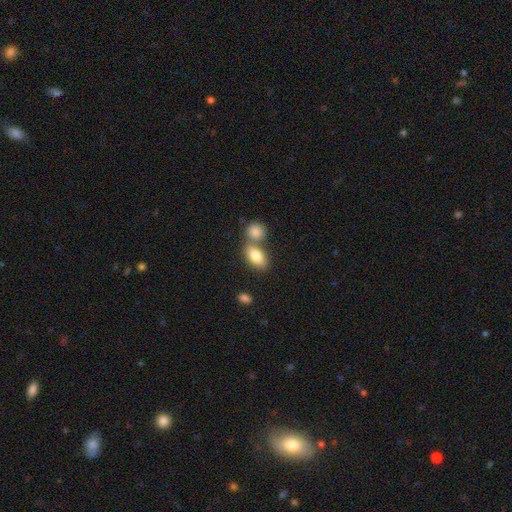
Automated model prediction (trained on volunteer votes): Q: Smooth or featured?
A: smooth (81%); runner-up: featured or disk (12%)
Q: How rounded?
A: in between (87%); runner-up: round (9%)
Q: Merging?
A: merger (48%); runner-up: none (40%)